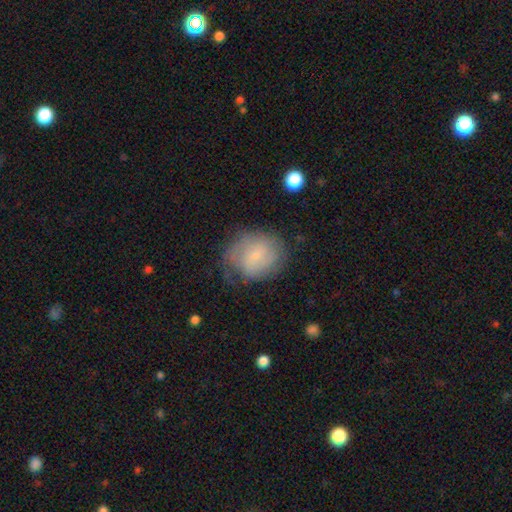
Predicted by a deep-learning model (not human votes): smooth 51%, featured or disk 41%, star or artifact 8%. Down the decision tree: how rounded — round (66%); merging — none (57%).